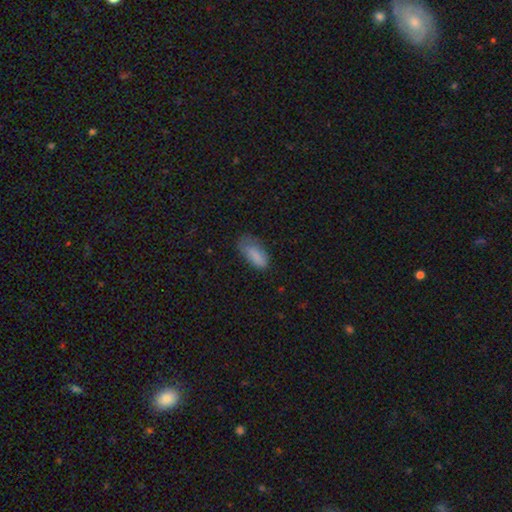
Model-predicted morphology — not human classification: Smooth or featured? Predicted: smooth (p=0.83). How rounded? Predicted: in between (p=0.86). Merging? Predicted: none (p=0.43).